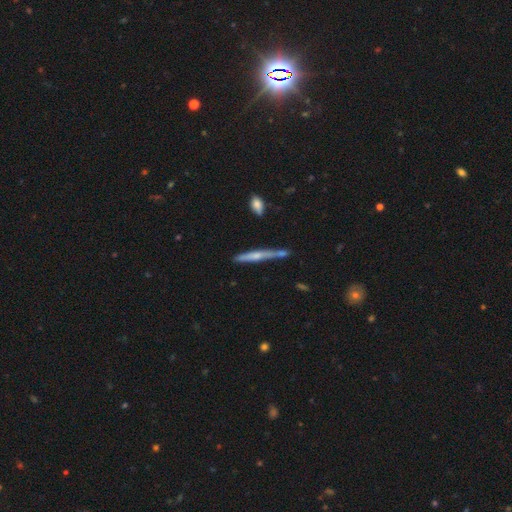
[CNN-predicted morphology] A featured or disk galaxy (50%).

Vote fractions:
- Smooth or featured? featured or disk: 50% / smooth: 43% / star or artifact: 7%
- Merging? none: 68% / minor disturbance: 16% / merger: 12% / major disturbance: 4%